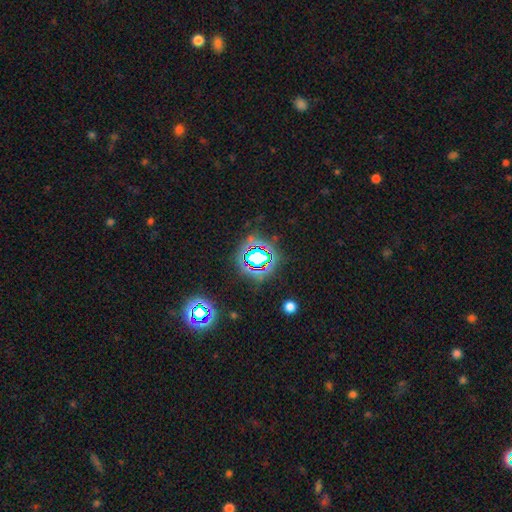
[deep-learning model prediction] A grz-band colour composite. It shows a star or artifact, not a galaxy (68%).